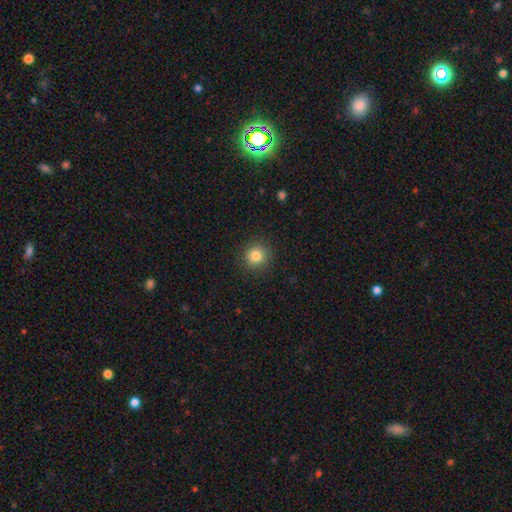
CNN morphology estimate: Smooth or featured: smooth — 82% (star or artifact — 12%)
How rounded: round — 93% (in between — 6%)
Merging: none — 90% (minor disturbance — 6%)